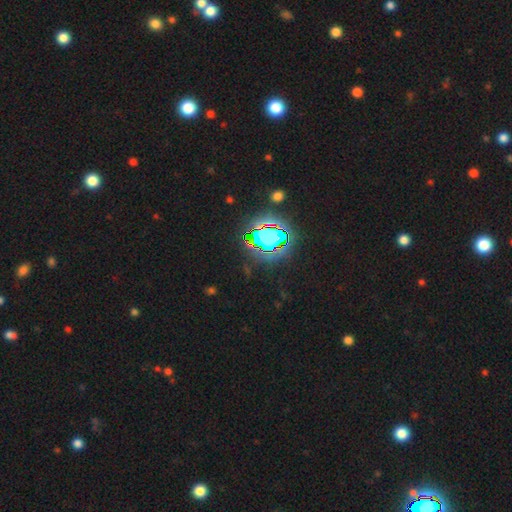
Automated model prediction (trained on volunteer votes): Morphology: type=star or artifact (83%).